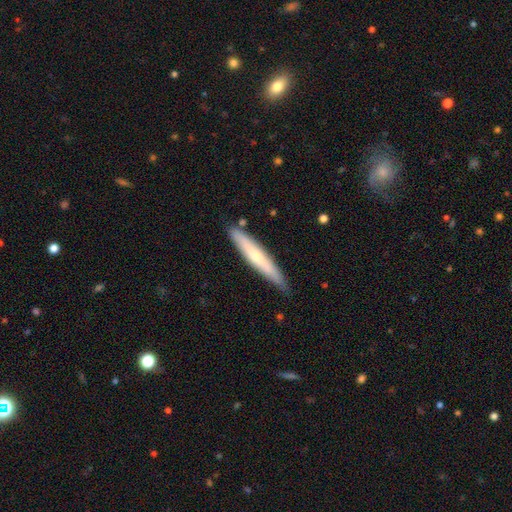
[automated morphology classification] Smooth or featured? Predicted: smooth (p=0.57). How rounded? Predicted: cigar-shaped (p=0.93). Merging? Predicted: none (p=0.82).